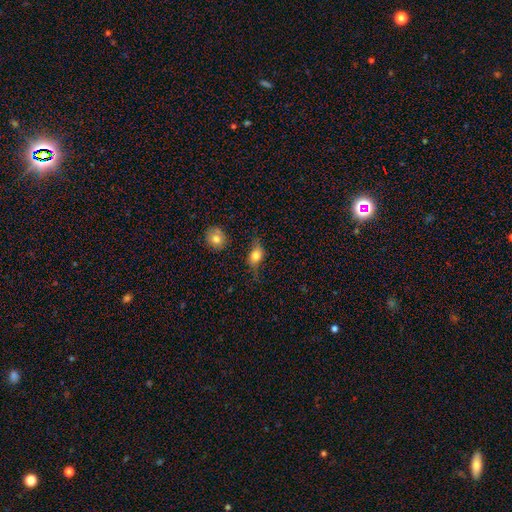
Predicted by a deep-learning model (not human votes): Morphology: type=smooth (71%); roundness=in between (70%); merging=none (59%).